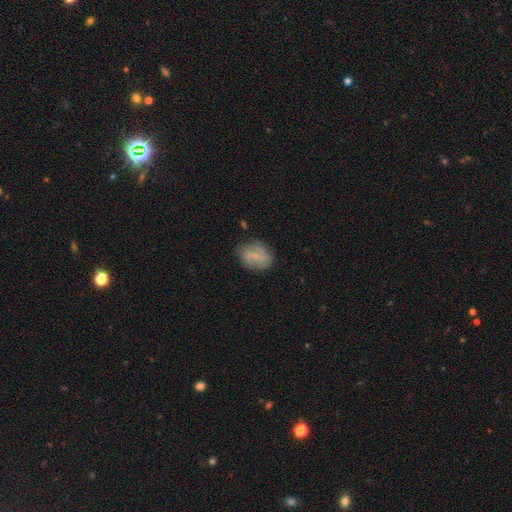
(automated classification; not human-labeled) Smooth or featured? featured or disk (51%)
Edge-on disk? no (97%)
Merging? none (73%)